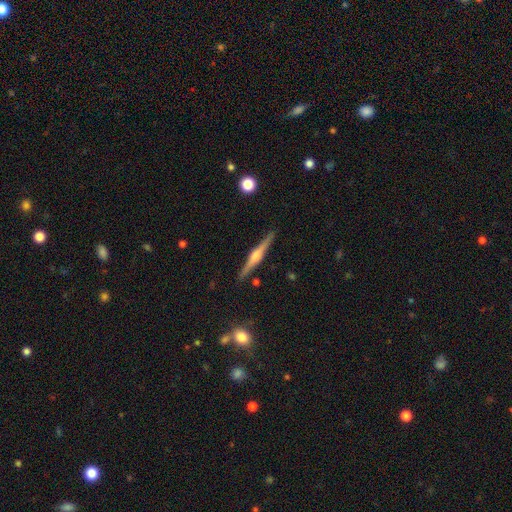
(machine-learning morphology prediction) Smooth or featured? featured or disk (80%)
Edge-on disk? yes (98%)
Edge-on bulge? rounded (84%)
Merging? none (91%)